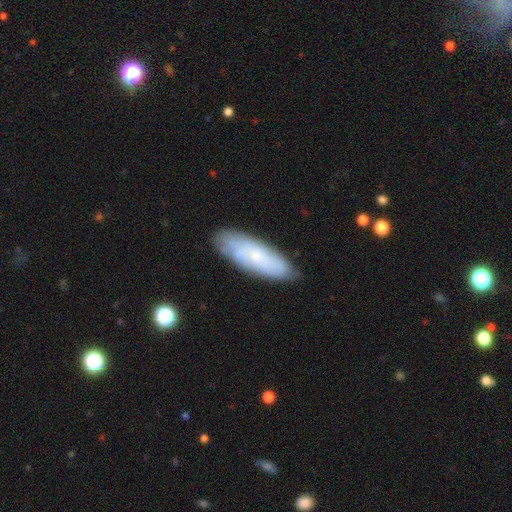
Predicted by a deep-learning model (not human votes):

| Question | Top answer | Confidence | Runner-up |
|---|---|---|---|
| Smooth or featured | smooth | 55% | featured or disk (37%) |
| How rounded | in between | 61% | cigar-shaped (37%) |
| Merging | none | 79% | minor disturbance (16%) |